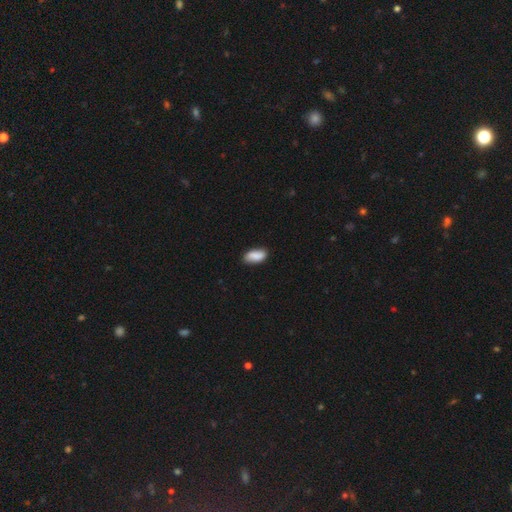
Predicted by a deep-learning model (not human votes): A smooth galaxy with no disk features (85%) that is in between round and cigar-shaped (90%). Merging: none (80%).